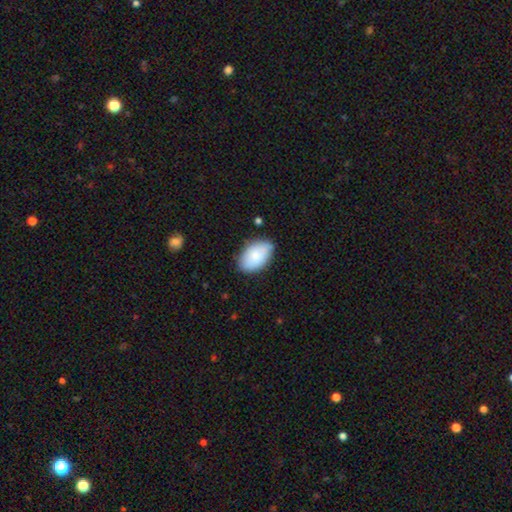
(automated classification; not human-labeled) smooth-or-featured: smooth: 84% | featured or disk: 10% | star or artifact: 6%
  how-rounded: in between: 93% | round: 6% | cigar-shaped: 1%
  merging: none: 77% | minor disturbance: 18% | major disturbance: 3% | merger: 2%